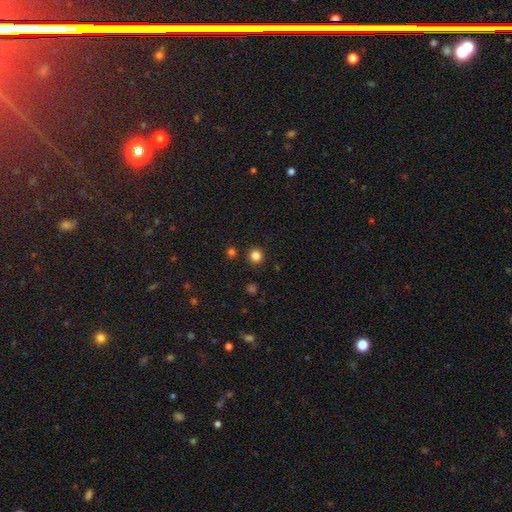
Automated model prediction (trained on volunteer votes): Smooth or featured? Predicted: smooth (p=0.83). How rounded? Predicted: round (p=0.94). Merging? Predicted: none (p=0.90).